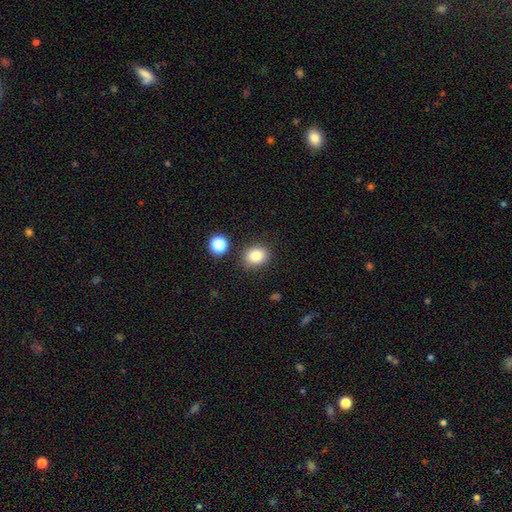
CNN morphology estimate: Q: Smooth or featured?
A: smooth (83%); runner-up: star or artifact (11%)
Q: How rounded?
A: round (61%); runner-up: in between (39%)
Q: Merging?
A: none (83%); runner-up: minor disturbance (10%)